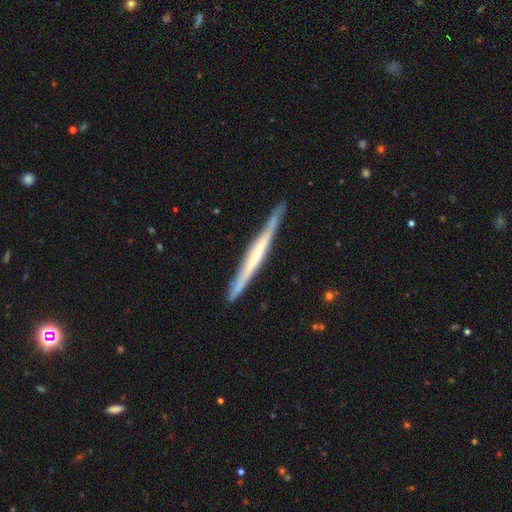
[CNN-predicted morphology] Smooth or featured? Predicted: featured or disk (p=0.70). Edge-on disk? Predicted: yes (p=0.96). Edge-on bulge? Predicted: none (p=0.59). Merging? Predicted: none (p=0.85).